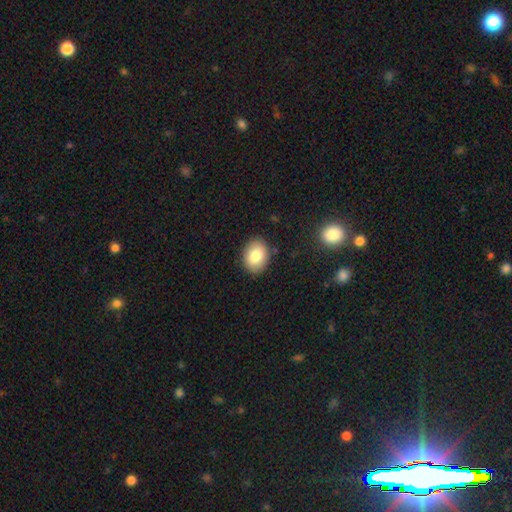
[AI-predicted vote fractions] smooth_or_featured: smooth (p=0.82) [alt: featured or disk p=0.11]
how_rounded: in between (p=0.66) [alt: round p=0.34]
merging: none (p=0.88) [alt: minor disturbance p=0.08]